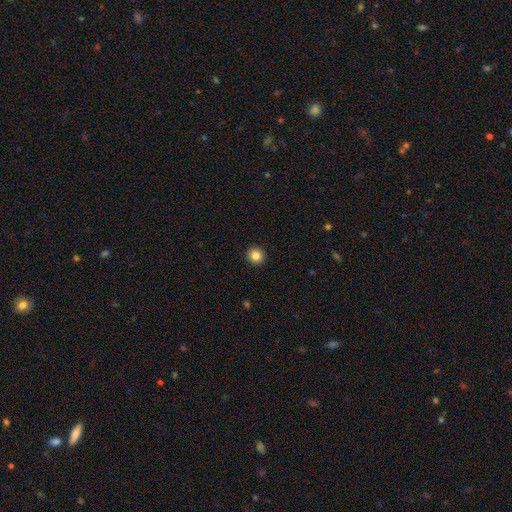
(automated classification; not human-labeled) Smooth or featured? Predicted: smooth (p=0.85). How rounded? Predicted: round (p=0.94). Merging? Predicted: none (p=0.93).